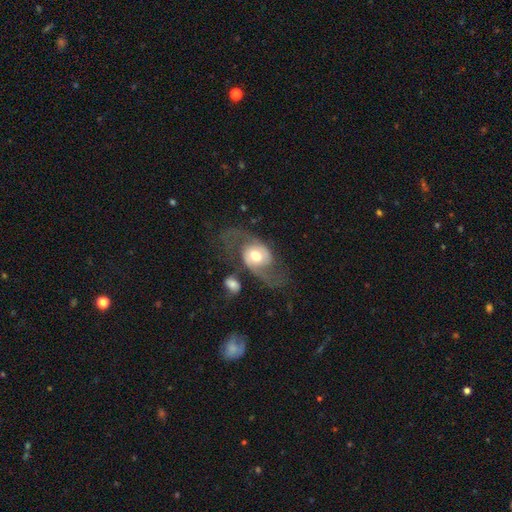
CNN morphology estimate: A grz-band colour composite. It shows a featured or disk galaxy (81%) with no bar (51%), 2 (91%) loose (56%) spiral arms (91%) and a moderate central bulge (63%). Merging: none (52%).